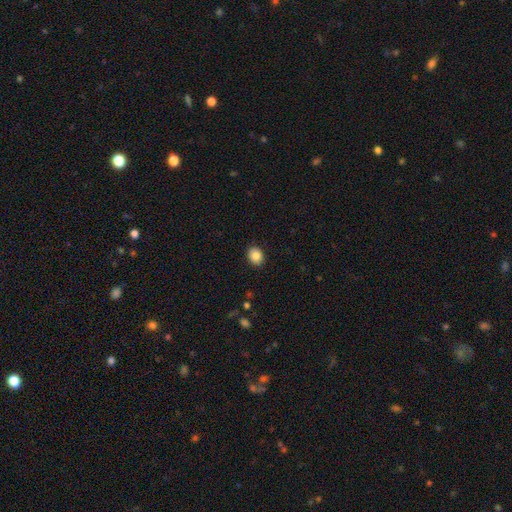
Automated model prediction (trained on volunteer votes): smooth-or-featured: smooth: 86% | star or artifact: 9% | featured or disk: 5%
  how-rounded: round: 57% | in between: 43% | cigar-shaped: 1%
  merging: none: 90% | minor disturbance: 7% | major disturbance: 2% | merger: 1%